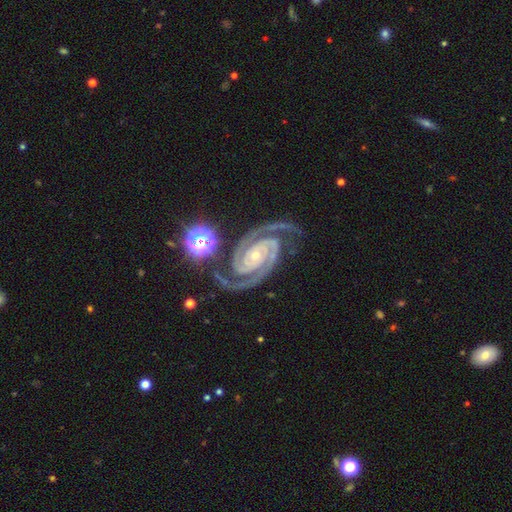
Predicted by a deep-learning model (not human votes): A featured or disk galaxy (94%) with no bar (67%), 2 (89%) tight (71%) spiral arms (99%) and a small central bulge (79%). Merging: none (78%).